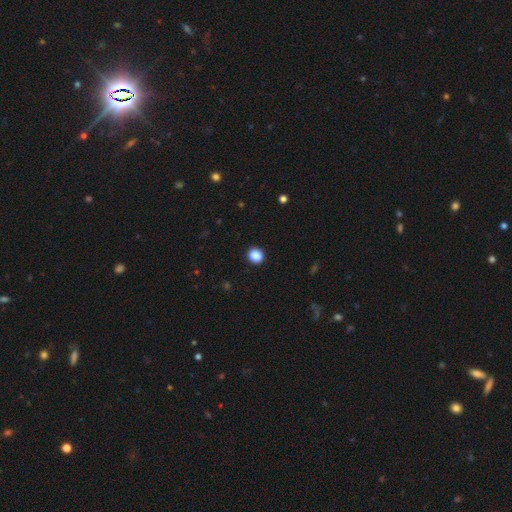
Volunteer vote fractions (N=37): This appears to be a smooth galaxy with no disk features (92%) that is round (94%). Merging: none (89%).